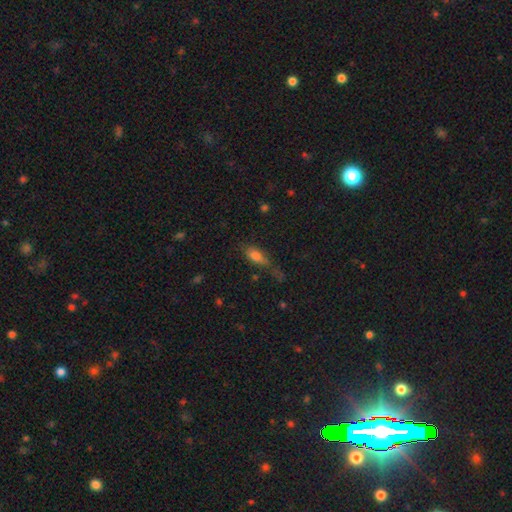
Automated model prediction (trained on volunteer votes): Smooth or featured: smooth — 76% (featured or disk — 13%)
How rounded: in between — 76% (cigar-shaped — 19%)
Merging: none — 43% (minor disturbance — 28%)